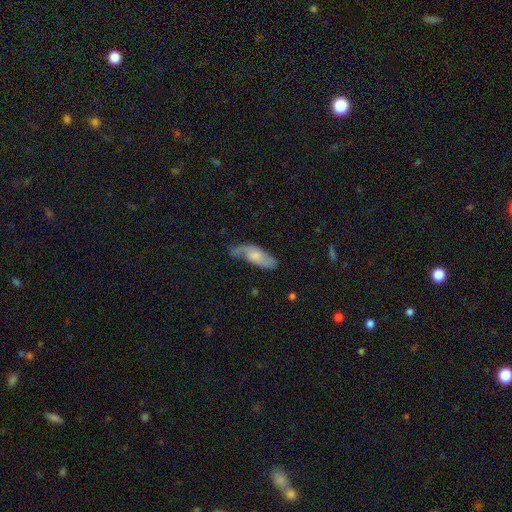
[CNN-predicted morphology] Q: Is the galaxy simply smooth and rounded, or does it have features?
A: smooth — 51%.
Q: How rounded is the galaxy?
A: in between — 69%.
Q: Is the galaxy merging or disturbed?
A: none — 46%.